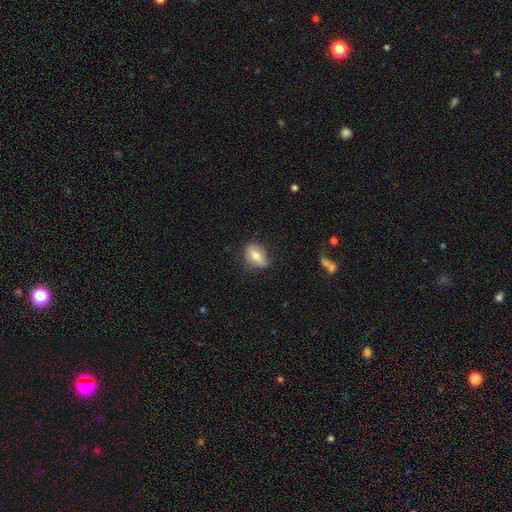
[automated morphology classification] smooth-or-featured: smooth: 65% | featured or disk: 27% | star or artifact: 8%
  how-rounded: in between: 75% | round: 21% | cigar-shaped: 4%
  merging: none: 70% | minor disturbance: 24% | major disturbance: 5% | merger: 1%